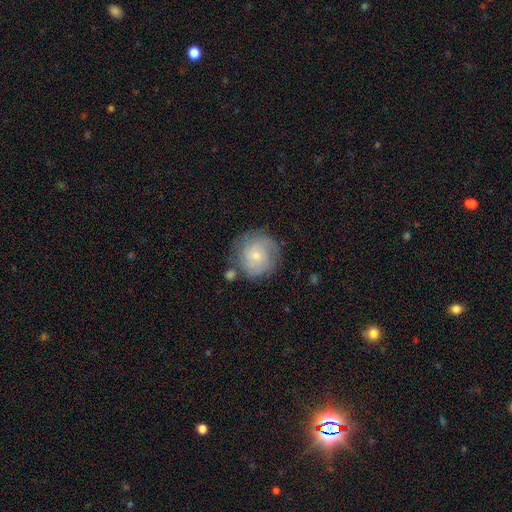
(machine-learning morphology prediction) featured or disk 55%, smooth 38%, star or artifact 8%. Down the decision tree: edge-on disk — no (98%); bar — no (67%); spiral arms — yes (85%); bulge size — small (63%); merging — none (71%).